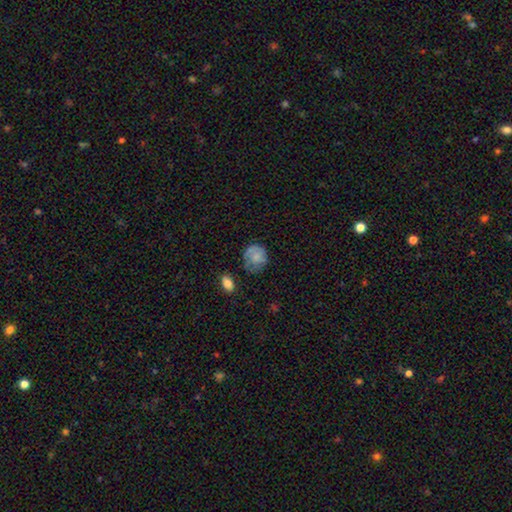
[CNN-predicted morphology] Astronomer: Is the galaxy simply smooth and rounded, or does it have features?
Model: smooth — 68%.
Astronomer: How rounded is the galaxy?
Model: round — 71%.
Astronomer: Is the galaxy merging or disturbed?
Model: none — 52% (runner-up: minor disturbance, 29%).